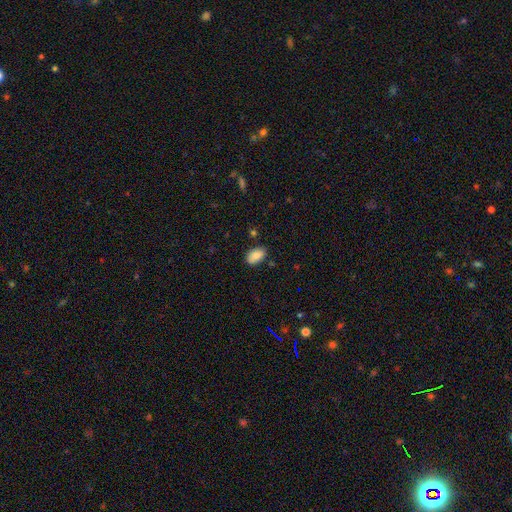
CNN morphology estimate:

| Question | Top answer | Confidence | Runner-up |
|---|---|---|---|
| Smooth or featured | smooth | 85% | featured or disk (8%) |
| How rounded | in between | 93% | round (6%) |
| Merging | none | 82% | minor disturbance (14%) |